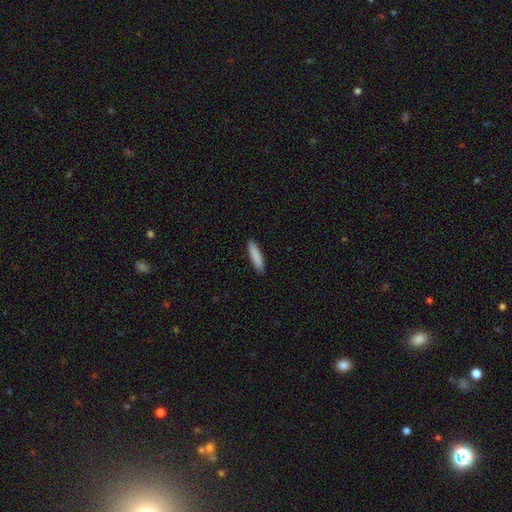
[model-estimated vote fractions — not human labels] A smooth galaxy with no disk features (88%) that is cigar-shaped (82%).

Vote fractions:
- Smooth or featured? smooth: 88% / featured or disk: 7% / star or artifact: 5%
- How rounded? cigar-shaped: 82% / in between: 17% / round: 1%
- Merging? none: 90% / minor disturbance: 7% / major disturbance: 1% / merger: 1%